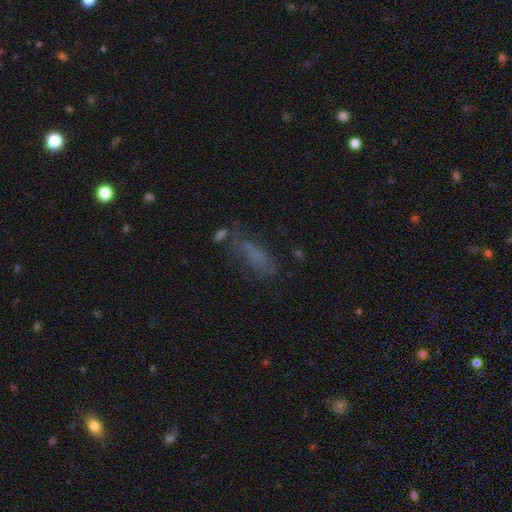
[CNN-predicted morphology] smooth-or-featured: smooth: 58% | featured or disk: 23% | star or artifact: 19%
  how-rounded: in between: 56% | cigar-shaped: 40% | round: 4%
  merging: none: 49% | minor disturbance: 22% | major disturbance: 19% | merger: 10%